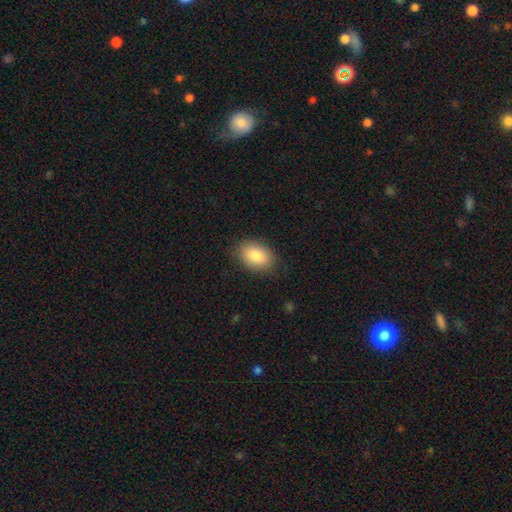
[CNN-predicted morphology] type=smooth (85%); roundness=in between (87%); merging=none (86%).